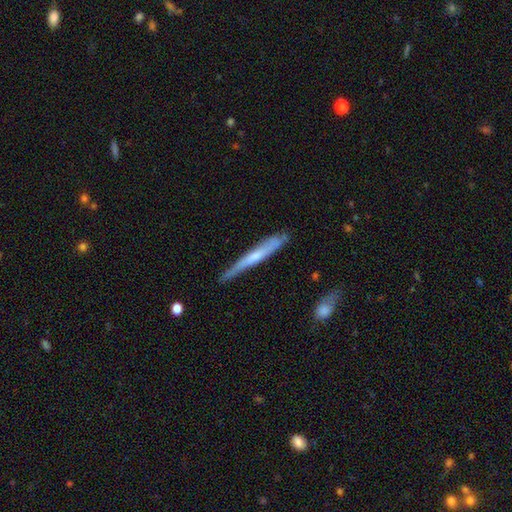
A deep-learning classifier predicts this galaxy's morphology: The model was most divided on "smooth or featured": featured or disk: 48%, smooth: 46%, star or artifact: 6%. More confident: merging — none (73%).